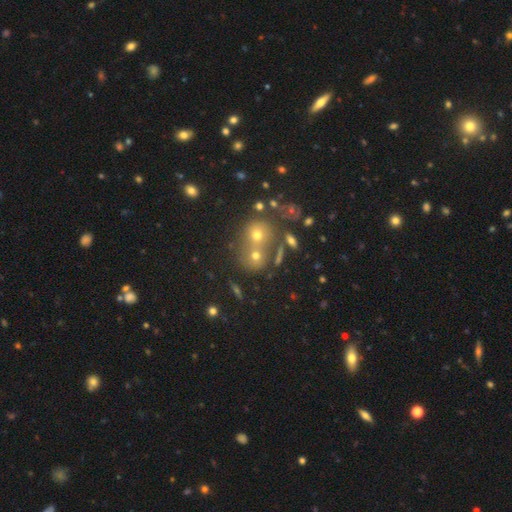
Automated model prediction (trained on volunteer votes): Smooth or featured? smooth (62%)
How rounded? round (74%)
Merging? merger (46%)